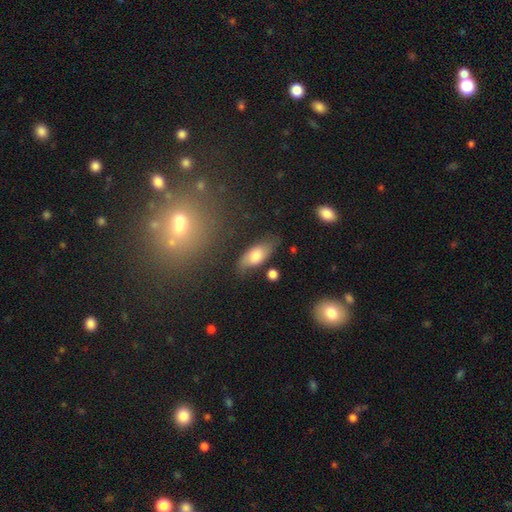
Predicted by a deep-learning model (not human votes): smooth-or-featured: smooth: 70% | featured or disk: 23% | star or artifact: 7%
  how-rounded: in between: 87% | cigar-shaped: 10% | round: 3%
  merging: none: 69% | minor disturbance: 22% | major disturbance: 5% | merger: 4%